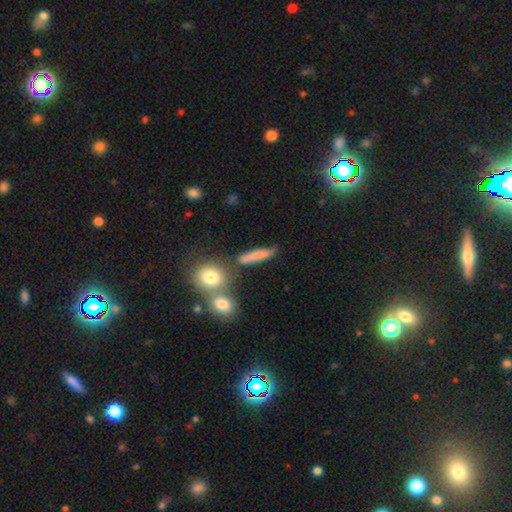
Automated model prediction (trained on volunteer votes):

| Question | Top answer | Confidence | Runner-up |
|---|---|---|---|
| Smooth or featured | smooth | 75% | featured or disk (16%) |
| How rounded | cigar-shaped | 70% | in between (17%) |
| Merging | none | 70% | merger (13%) |